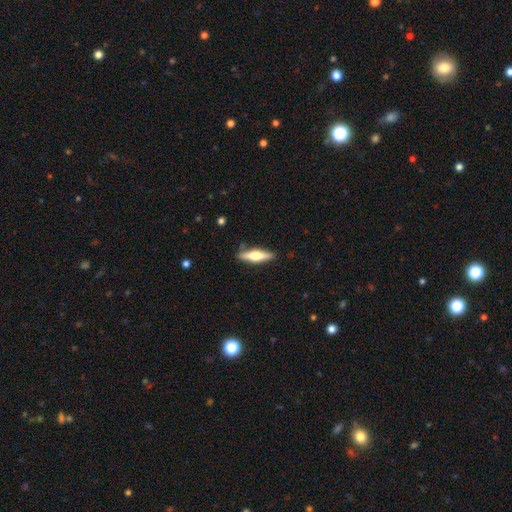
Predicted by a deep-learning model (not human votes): Overall: featured or disk (49%; smooth 45%). Merging: none (85%).